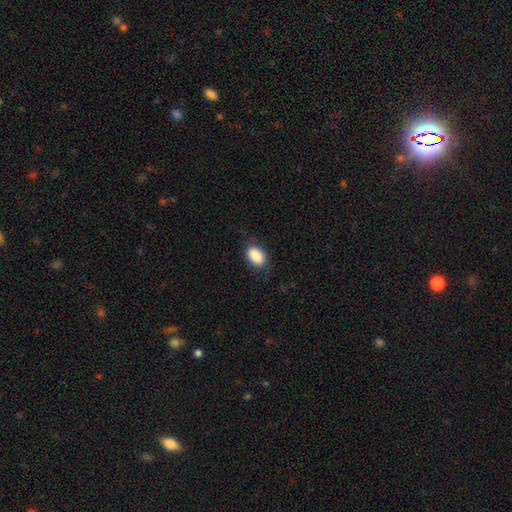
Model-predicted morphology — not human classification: Smooth or featured? Predicted: smooth (p=0.88). How rounded? Predicted: in between (p=0.90). Merging? Predicted: none (p=0.77).